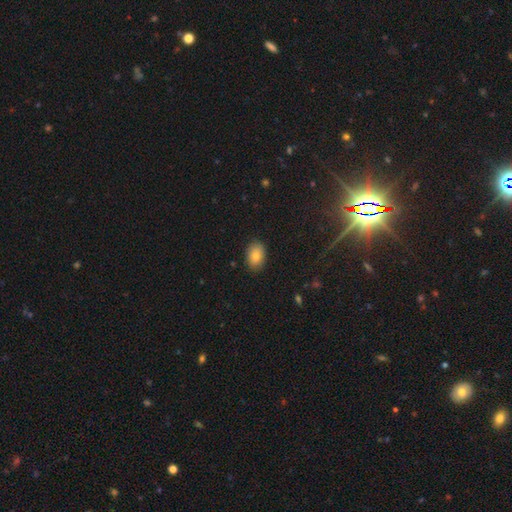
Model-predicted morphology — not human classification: type=smooth (82%); roundness=in between (82%); merging=none (87%).